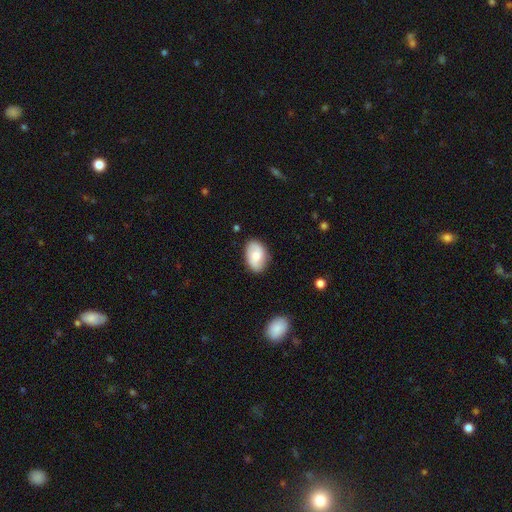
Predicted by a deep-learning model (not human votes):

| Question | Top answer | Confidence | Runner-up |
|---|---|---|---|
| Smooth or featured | smooth | 64% | featured or disk (29%) |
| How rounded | in between | 87% | round (11%) |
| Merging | none | 82% | minor disturbance (13%) |